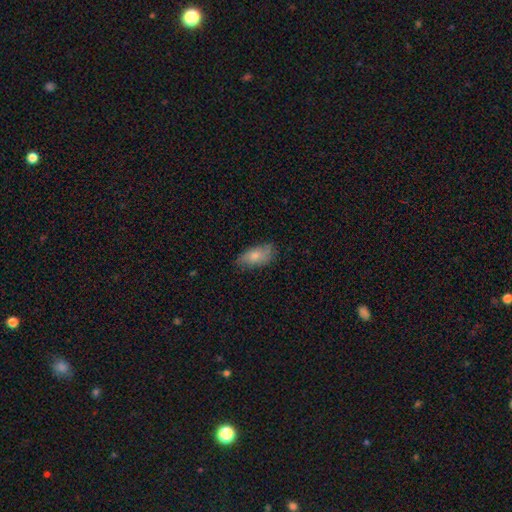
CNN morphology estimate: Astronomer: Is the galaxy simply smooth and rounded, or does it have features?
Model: smooth — 71%.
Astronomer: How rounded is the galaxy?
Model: in between — 89%.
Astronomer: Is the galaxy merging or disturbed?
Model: none — 71%.